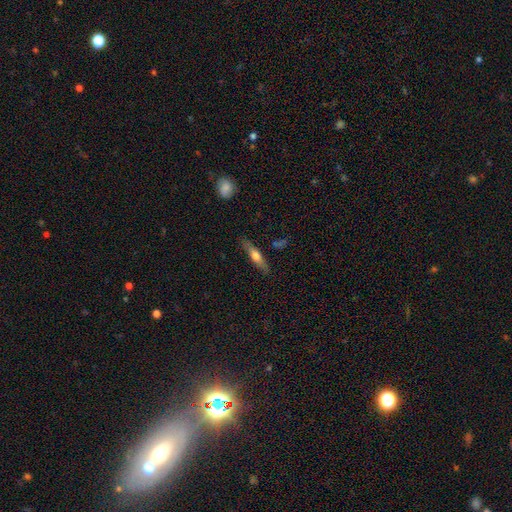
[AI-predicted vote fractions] smooth-or-featured: smooth: 51% | featured or disk: 43% | star or artifact: 7%
  how-rounded: cigar-shaped: 79% | in between: 18% | round: 2%
  merging: none: 83% | minor disturbance: 13% | major disturbance: 3% | merger: 2%